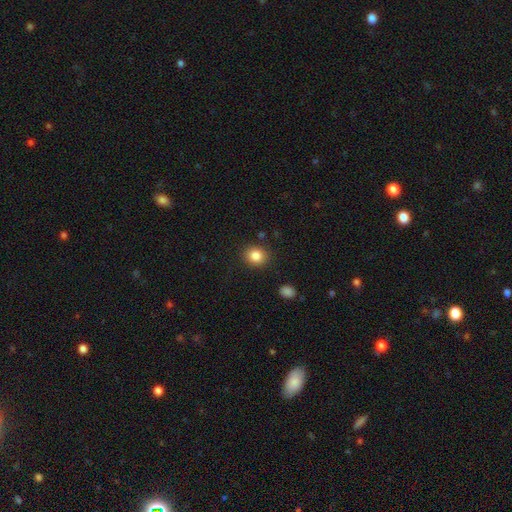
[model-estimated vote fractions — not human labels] Smooth or featured: smooth — 85% (star or artifact — 10%)
How rounded: round — 75% (in between — 24%)
Merging: none — 87% (minor disturbance — 8%)